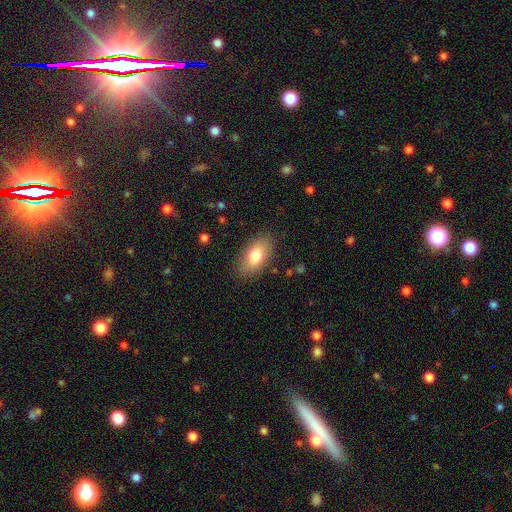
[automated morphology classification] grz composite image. It shows a smooth galaxy with no disk features (79%) that is in between round and cigar-shaped (90%). Merging: none (85%).